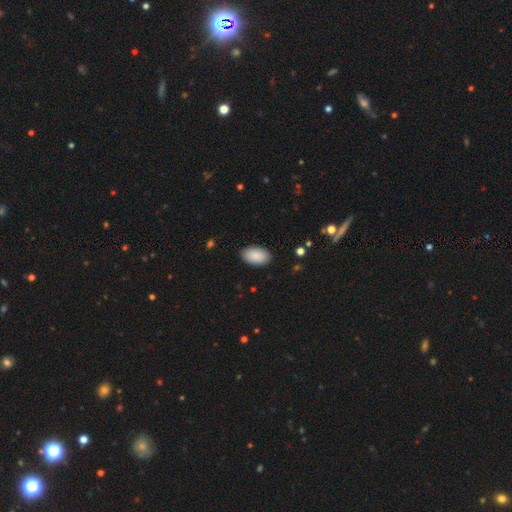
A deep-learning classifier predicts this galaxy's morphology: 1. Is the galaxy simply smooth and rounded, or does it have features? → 90% smooth, 6% star or artifact, 4% featured or disk.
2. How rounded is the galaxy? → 95% in between, 3% round, 1% cigar-shaped.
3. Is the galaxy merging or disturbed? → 89% none, 8% minor disturbance, 2% major disturbance, 1% merger.